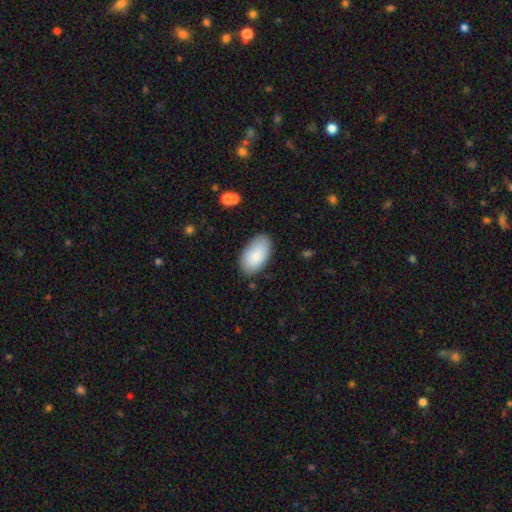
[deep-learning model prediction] smooth 85%, featured or disk 9%, star or artifact 6%. Down the decision tree: how rounded — in between (96%); merging — none (83%).